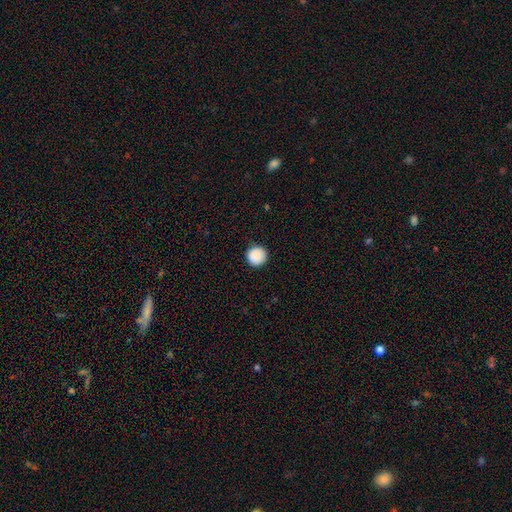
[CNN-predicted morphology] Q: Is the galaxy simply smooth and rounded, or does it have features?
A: smooth — 90%.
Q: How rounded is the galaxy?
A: round — 96%.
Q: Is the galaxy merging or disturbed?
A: none — 91%.